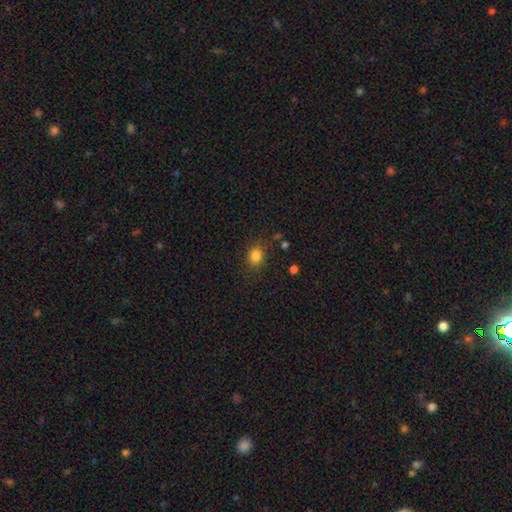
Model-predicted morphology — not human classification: Q: Smooth or featured?
A: smooth (83%); runner-up: star or artifact (11%)
Q: How rounded?
A: round (56%); runner-up: in between (43%)
Q: Merging?
A: none (83%); runner-up: minor disturbance (11%)